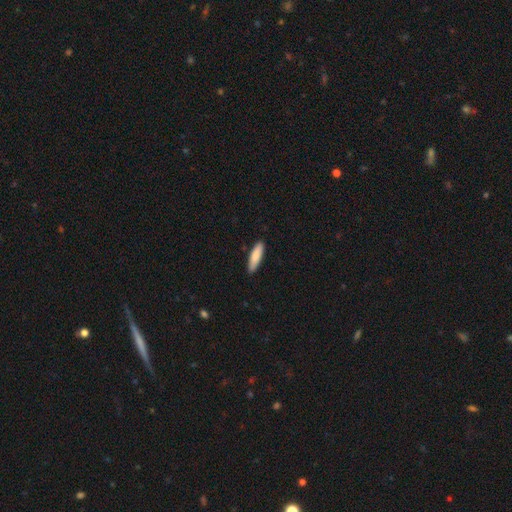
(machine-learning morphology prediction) type=smooth (84%); roundness=cigar-shaped (65%); merging=none (87%).